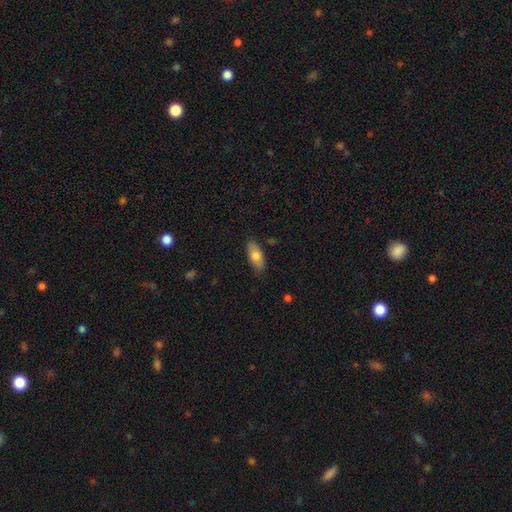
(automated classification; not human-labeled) smooth-or-featured: smooth: 77% | featured or disk: 17% | star or artifact: 6%
  how-rounded: in between: 82% | cigar-shaped: 16% | round: 2%
  merging: none: 83% | minor disturbance: 13% | major disturbance: 2% | merger: 1%